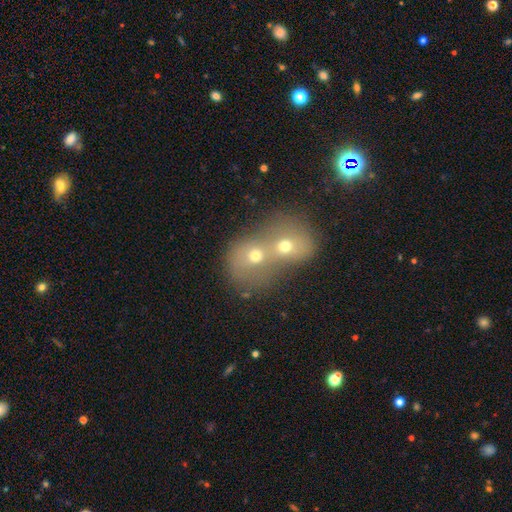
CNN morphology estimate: This is possibly a smooth galaxy (59%). How rounded: likely round (69%). Merging: likely merger (79%).